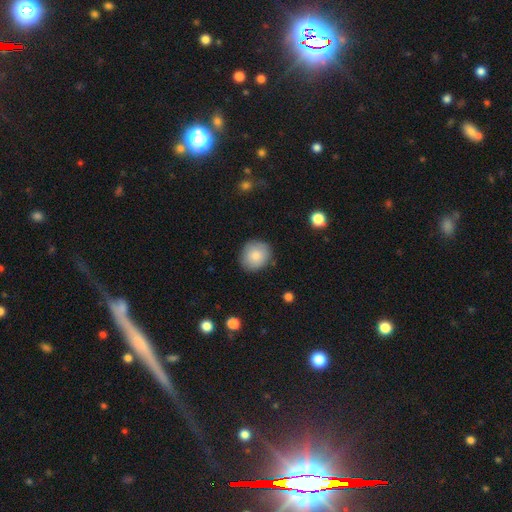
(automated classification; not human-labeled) smooth_or_featured: smooth (p=0.84) [alt: featured or disk p=0.09]
how_rounded: round (p=0.81) [alt: in between p=0.18]
merging: none (p=0.84) [alt: minor disturbance p=0.12]